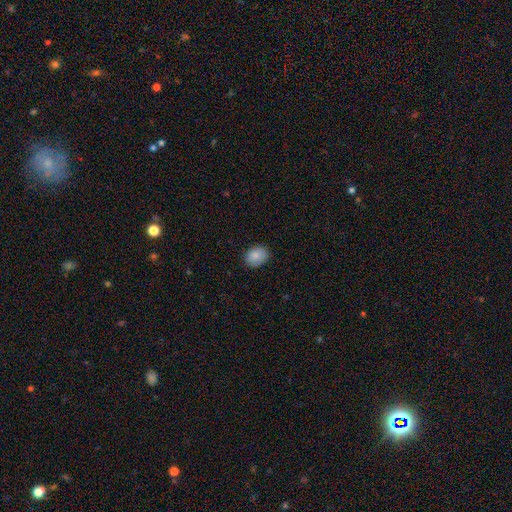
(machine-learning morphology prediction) This appears to be a smooth galaxy with no disk features (87%) that is in between round and cigar-shaped (65%). Merging: none (84%).